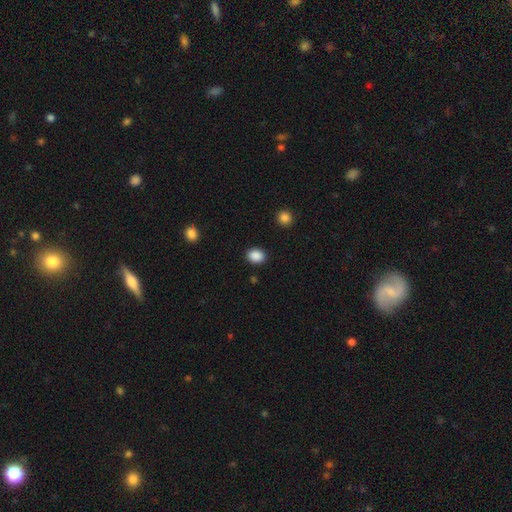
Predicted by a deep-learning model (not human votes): Smooth or featured?
  - smooth: 89% *
  - star or artifact: 9%
  - featured or disk: 3%
How rounded?
  - in between: 55% *
  - round: 44%
  - cigar-shaped: 1%
Merging?
  - none: 89% *
  - minor disturbance: 7%
  - major disturbance: 2%
  - merger: 1%